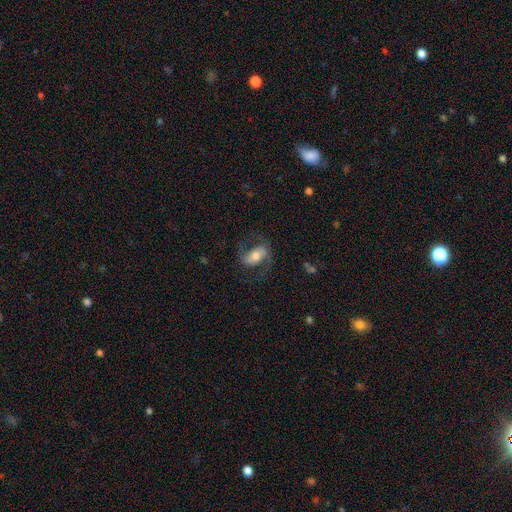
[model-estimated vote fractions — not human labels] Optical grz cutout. It shows a featured or disk galaxy (62%) with a weak bar (35%), 2 (89%) medium (50%) spiral arms (86%) and a moderate central bulge (62%). Merging: none (68%).